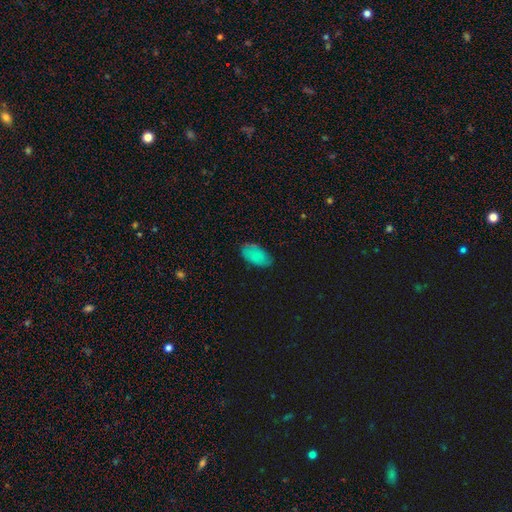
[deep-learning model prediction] Overall: smooth (79%). How rounded: in between (95%). Merging: none (77%).